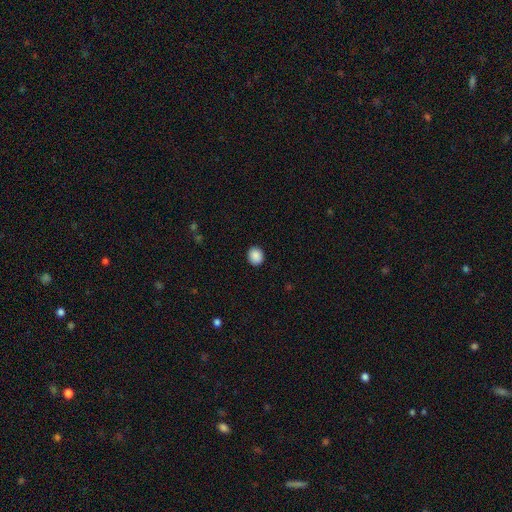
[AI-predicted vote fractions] Smooth or featured? smooth (89%)
How rounded? round (76%)
Merging? none (91%)